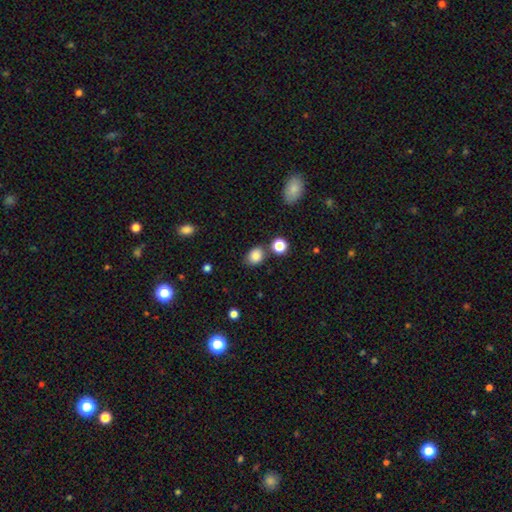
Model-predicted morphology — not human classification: Overall: smooth (85%). How rounded: in between (55%; round 44%). Merging: none (73%).